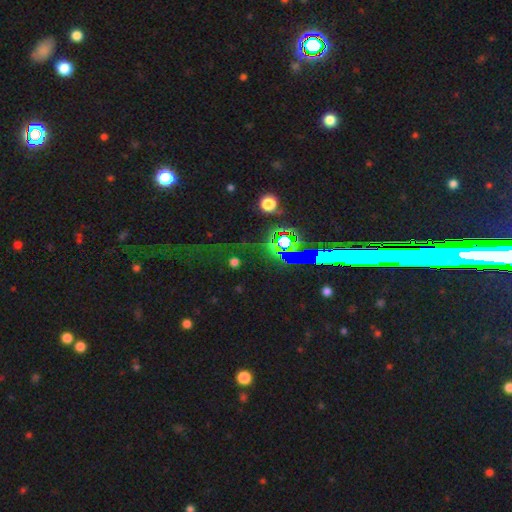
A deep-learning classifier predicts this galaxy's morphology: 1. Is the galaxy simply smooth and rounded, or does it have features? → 75% star or artifact, 13% smooth, 12% featured or disk.